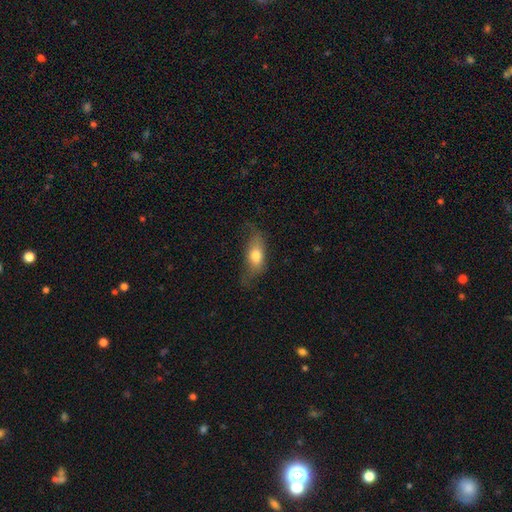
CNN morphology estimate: Smooth or featured: smooth — 70% (featured or disk — 23%)
How rounded: in between — 80% (cigar-shaped — 14%)
Merging: none — 50% (minor disturbance — 30%)